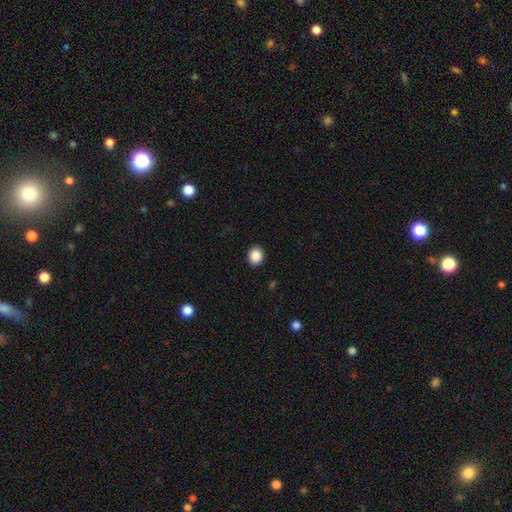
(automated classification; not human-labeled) Smooth or featured? Predicted: smooth (p=0.88). How rounded? Predicted: round (p=0.76). Merging? Predicted: none (p=0.92).